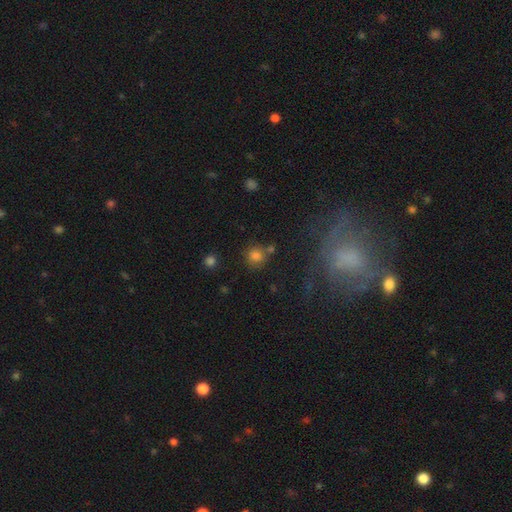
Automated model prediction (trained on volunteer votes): Overall: smooth (79%). How rounded: round (90%). Merging: none (70%).